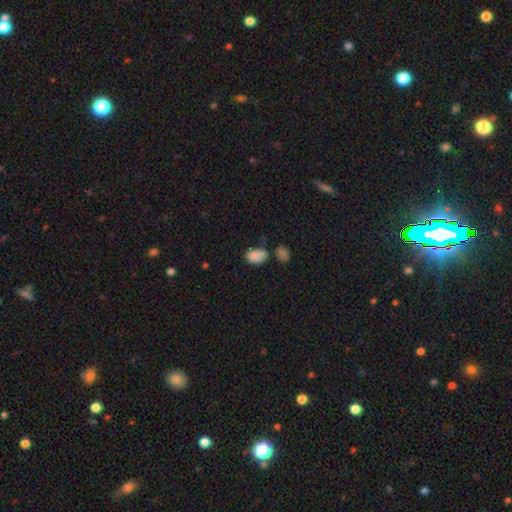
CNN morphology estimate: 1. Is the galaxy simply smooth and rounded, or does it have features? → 84% smooth, 10% star or artifact, 6% featured or disk.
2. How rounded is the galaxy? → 89% in between, 10% round, 1% cigar-shaped.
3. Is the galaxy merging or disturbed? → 50% none, 27% minor disturbance, 15% merger, 8% major disturbance.